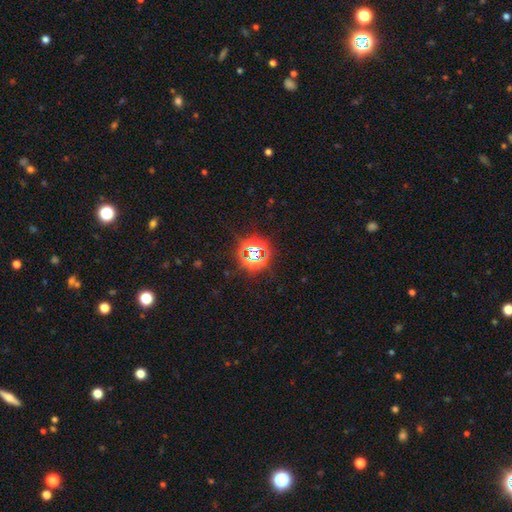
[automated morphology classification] Smooth or featured? Predicted: star or artifact (p=0.76).